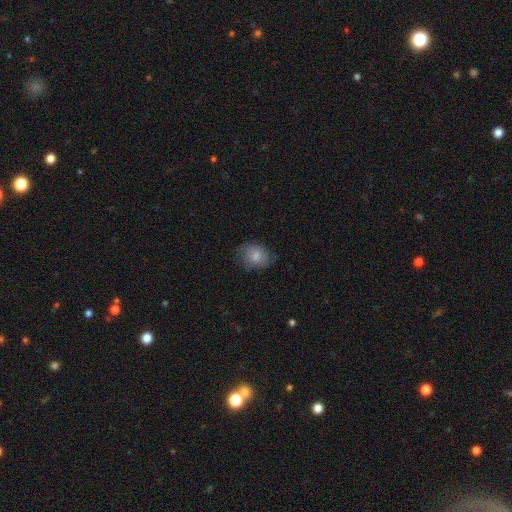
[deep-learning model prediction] This appears to be a smooth galaxy with no disk features (73%) that is in between round and cigar-shaped (55%). Merging: none (67%).